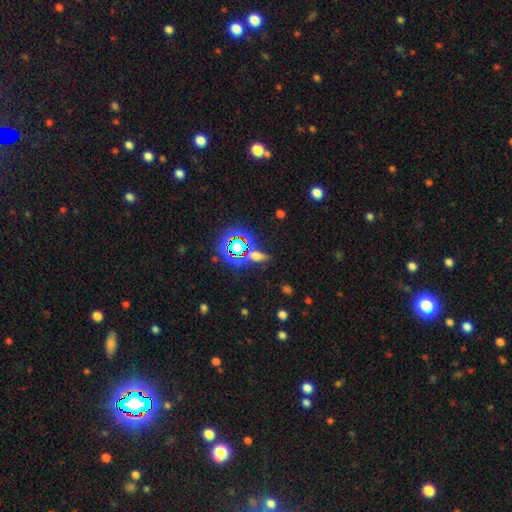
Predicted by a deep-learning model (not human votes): smooth-or-featured: smooth: 40% | star or artifact: 39% | featured or disk: 21%
  merging: none: 76% | minor disturbance: 11% | merger: 8% | major disturbance: 5%